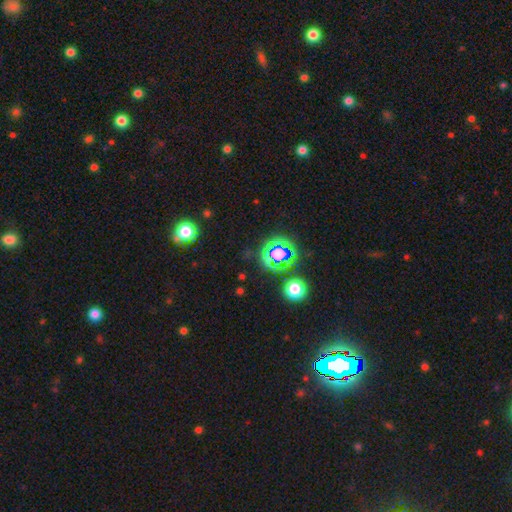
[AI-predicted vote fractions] Morphology: type=star or artifact (76%).